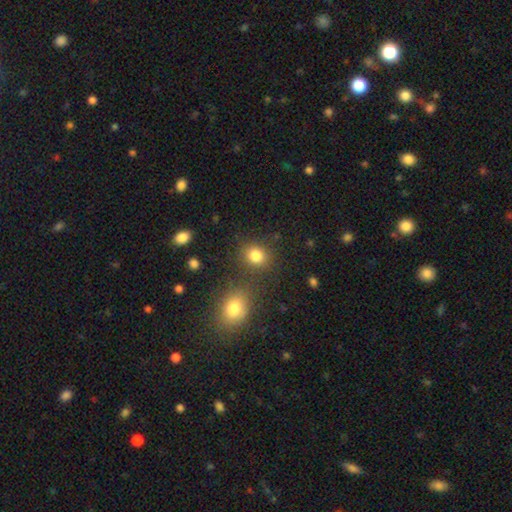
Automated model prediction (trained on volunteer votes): Smooth or featured: smooth — 82% (star or artifact — 12%)
How rounded: round — 72% (in between — 27%)
Merging: none — 78% (merger — 9%)